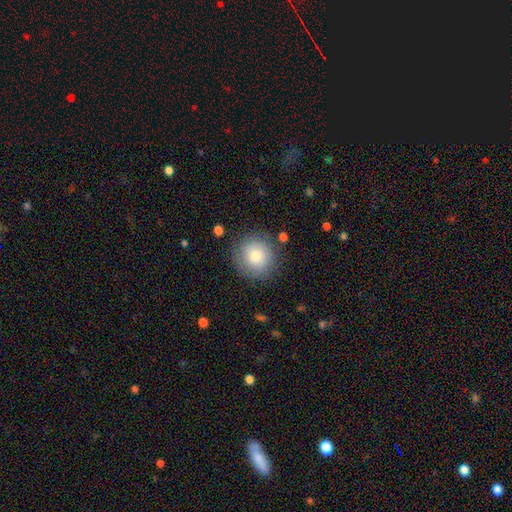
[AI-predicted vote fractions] A smooth galaxy with no disk features (75%) that is round (93%).

Vote fractions:
- Smooth or featured? smooth: 75% / featured or disk: 16% / star or artifact: 9%
- How rounded? round: 93% / in between: 6% / cigar-shaped: 1%
- Merging? none: 85% / minor disturbance: 10% / major disturbance: 4% / merger: 2%